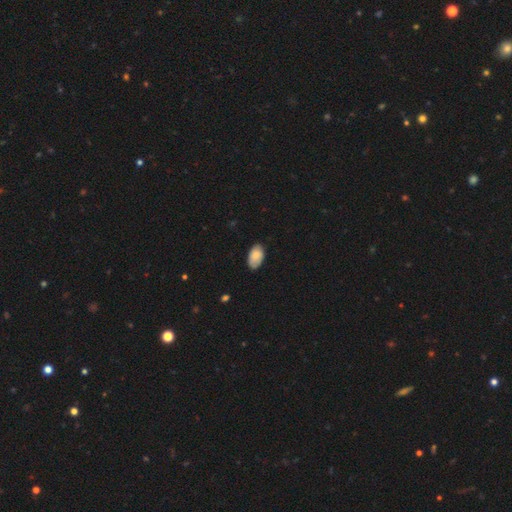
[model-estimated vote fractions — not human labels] This appears to be a smooth galaxy with no disk features (80%) that is in between round and cigar-shaped (94%). Merging: none (76%).